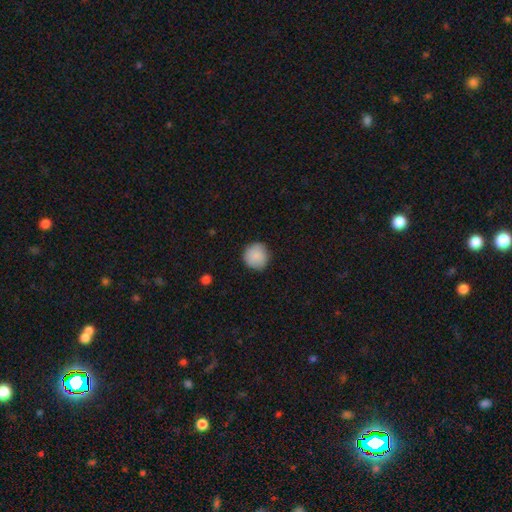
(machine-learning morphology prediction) smooth_or_featured: smooth (p=0.88) [alt: star or artifact p=0.07]
how_rounded: round (p=0.94) [alt: in between p=0.05]
merging: none (p=0.87) [alt: minor disturbance p=0.10]